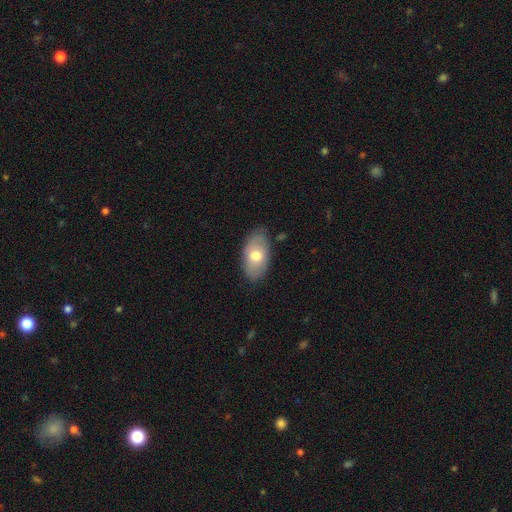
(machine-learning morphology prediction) type=smooth (68%); roundness=in between (93%); merging=none (80%).